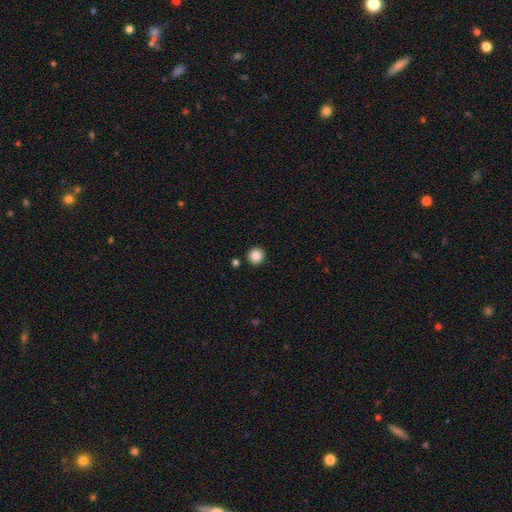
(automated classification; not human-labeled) This appears to be a smooth galaxy with no disk features (85%) that is round (95%). Merging: none (91%).